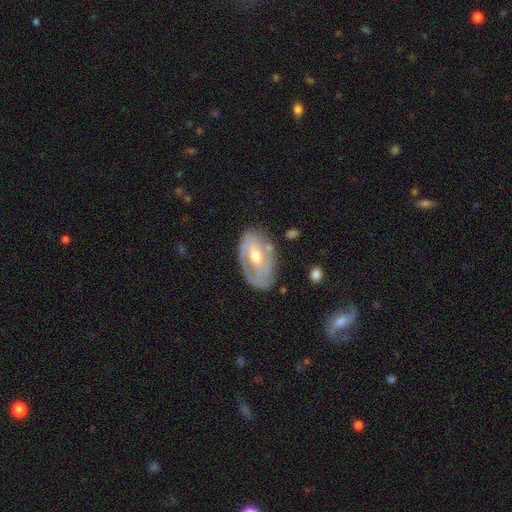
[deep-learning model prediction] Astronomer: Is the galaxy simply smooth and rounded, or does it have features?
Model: featured or disk — 69%.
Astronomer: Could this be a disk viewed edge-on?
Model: no — 92%.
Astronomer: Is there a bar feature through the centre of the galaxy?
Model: no — 48% (runner-up: weak, 37%).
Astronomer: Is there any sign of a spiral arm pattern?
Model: yes — 57% (runner-up: no, 43%).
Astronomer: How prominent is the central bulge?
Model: moderate — 70%.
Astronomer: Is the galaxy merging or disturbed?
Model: none — 62%.